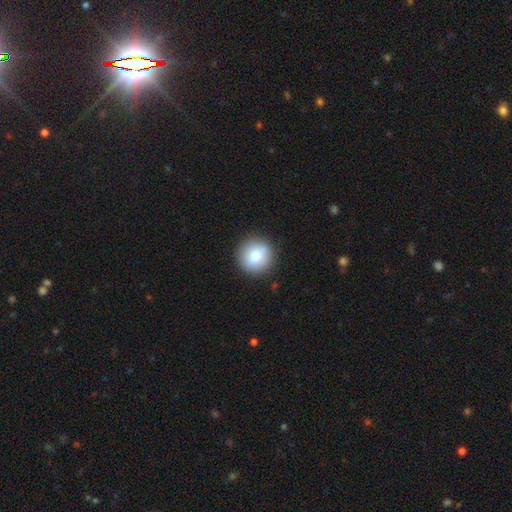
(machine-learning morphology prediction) A smooth galaxy with no disk features (82%) that is round (95%). Merging: none (89%).